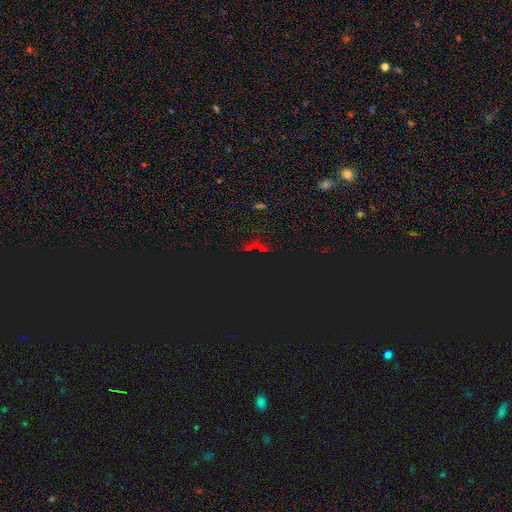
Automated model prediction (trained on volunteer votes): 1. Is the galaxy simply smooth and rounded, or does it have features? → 78% star or artifact, 14% smooth, 7% featured or disk.